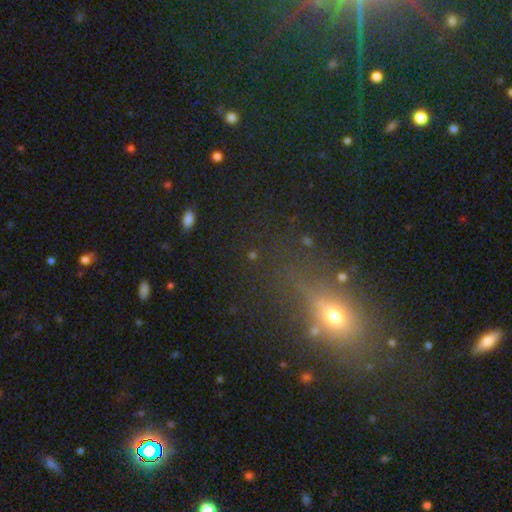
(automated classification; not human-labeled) Smooth or featured?
  - smooth: 45% *
  - star or artifact: 39%
  - featured or disk: 16%
Merging?
  - none: 70% *
  - minor disturbance: 14%
  - major disturbance: 9%
  - merger: 7%